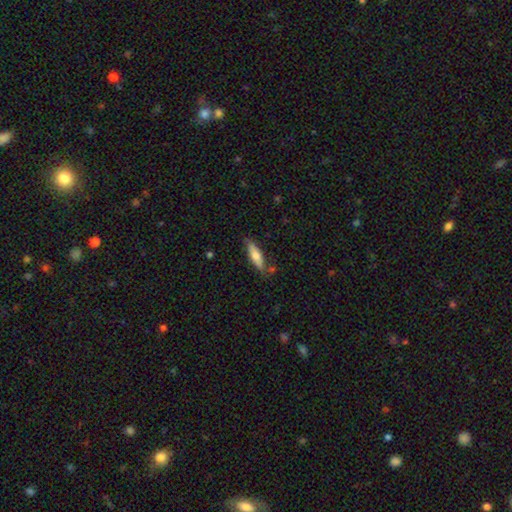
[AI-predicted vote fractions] smooth 63%, featured or disk 31%, star or artifact 6%. Down the decision tree: how rounded — cigar-shaped (64%); merging — none (77%).